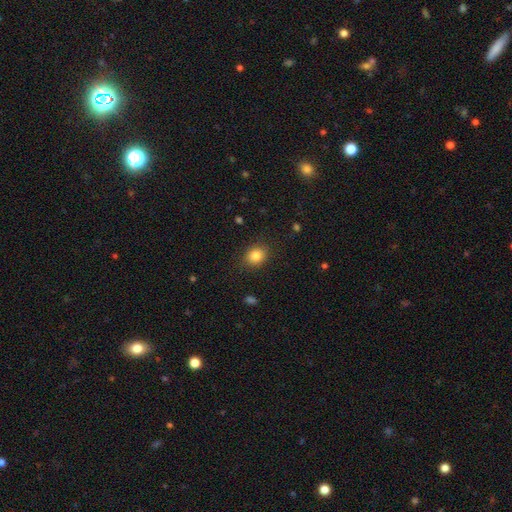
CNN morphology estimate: Smooth or featured? Predicted: smooth (p=0.84). How rounded? Predicted: round (p=0.57). Merging? Predicted: none (p=0.87).